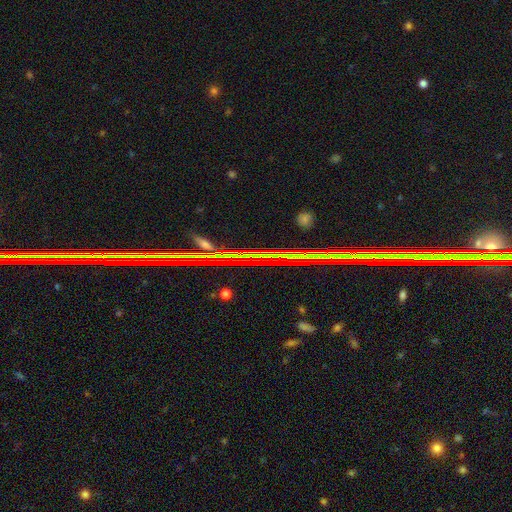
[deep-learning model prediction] Q: Smooth or featured?
A: star or artifact (83%); runner-up: featured or disk (11%)